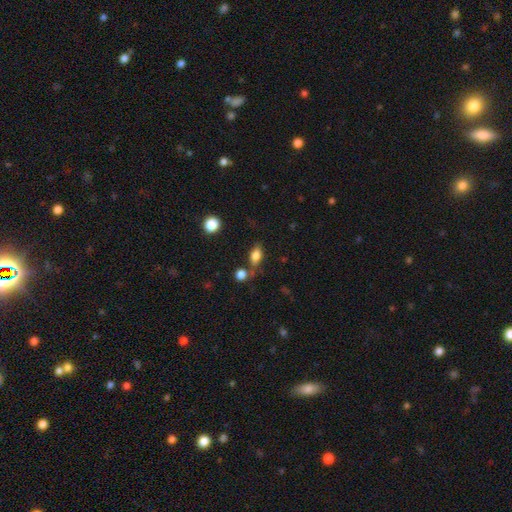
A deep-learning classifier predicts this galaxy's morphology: This is likely a smooth galaxy (79%). How rounded: clearly in between (82%). Merging: likely none (63%).